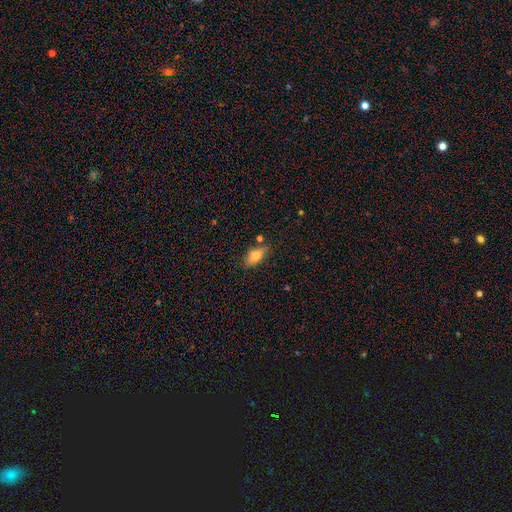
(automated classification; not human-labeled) This is likely a smooth galaxy (74%). How rounded: clearly in between (84%). Merging: likely none (75%).